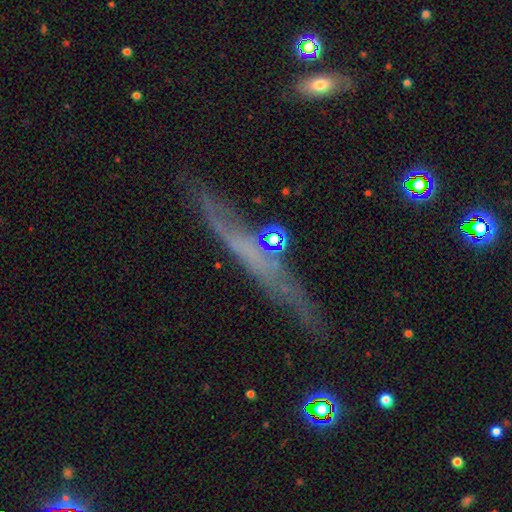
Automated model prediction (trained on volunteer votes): Q: Smooth or featured?
A: featured or disk (57%); runner-up: smooth (32%)
Q: Edge-on disk?
A: yes (88%); runner-up: no (12%)
Q: Edge-on bulge?
A: none (82%); runner-up: rounded (13%)
Q: Merging?
A: none (77%); runner-up: minor disturbance (16%)